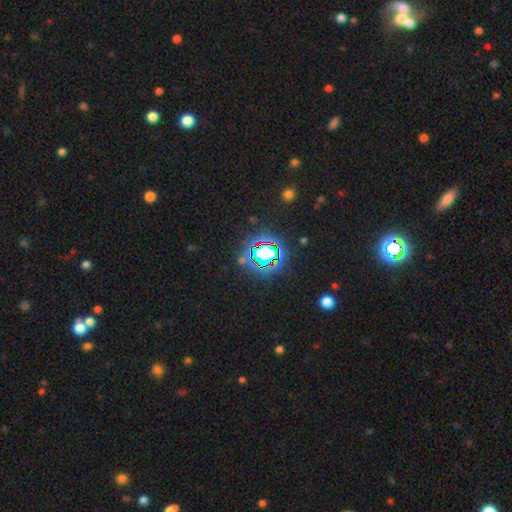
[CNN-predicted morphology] This appears to be a star or artifact, not a galaxy (78%).